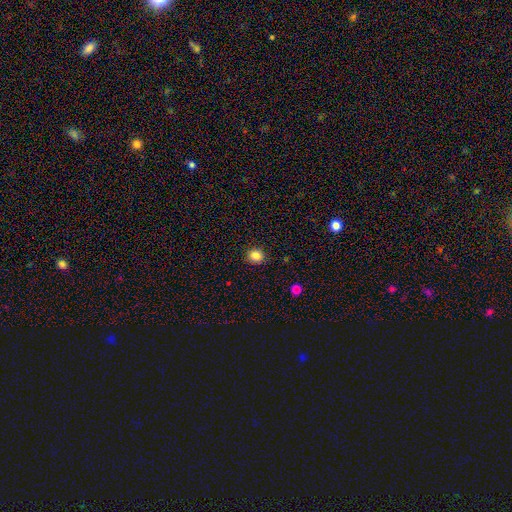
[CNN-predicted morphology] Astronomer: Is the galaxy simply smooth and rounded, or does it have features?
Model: smooth — 84%.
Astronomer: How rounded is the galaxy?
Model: round — 83%.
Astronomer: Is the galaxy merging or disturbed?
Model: none — 90%.